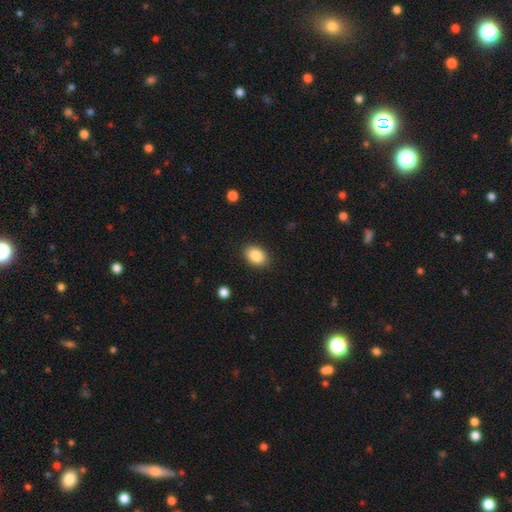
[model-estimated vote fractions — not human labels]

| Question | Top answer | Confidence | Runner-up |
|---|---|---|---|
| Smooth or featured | smooth | 87% | star or artifact (8%) |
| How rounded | in between | 81% | round (18%) |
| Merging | none | 88% | minor disturbance (8%) |